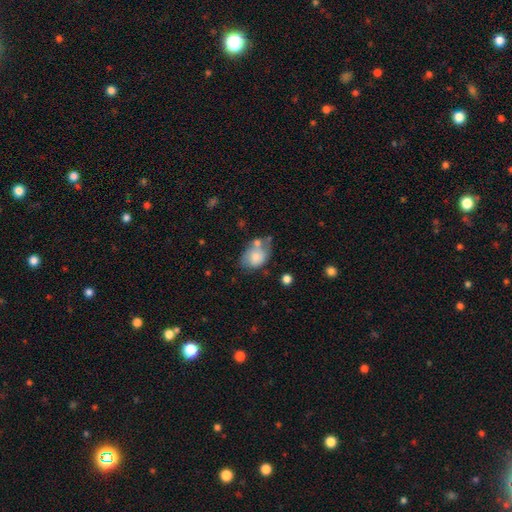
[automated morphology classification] smooth 69%, featured or disk 23%, star or artifact 8%. Down the decision tree: how rounded — in between (76%); merging — none (42%).